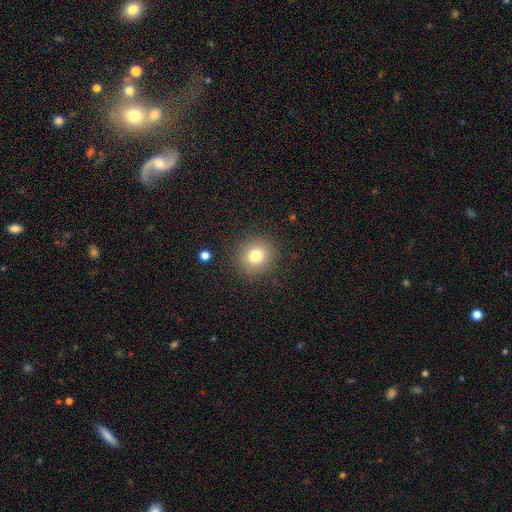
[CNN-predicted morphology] smooth 77%, star or artifact 12%, featured or disk 10%. Down the decision tree: how rounded — round (88%); merging — none (88%).